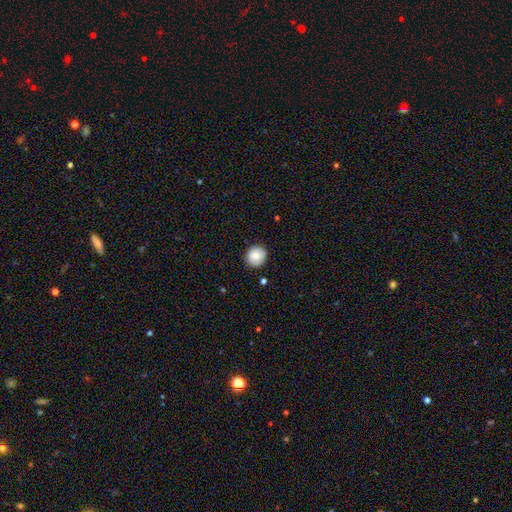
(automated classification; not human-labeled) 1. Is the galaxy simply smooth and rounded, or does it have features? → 81% smooth, 11% featured or disk, 8% star or artifact.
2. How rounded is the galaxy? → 93% round, 6% in between, 1% cigar-shaped.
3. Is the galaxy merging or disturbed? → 88% none, 9% minor disturbance, 2% major disturbance, 1% merger.